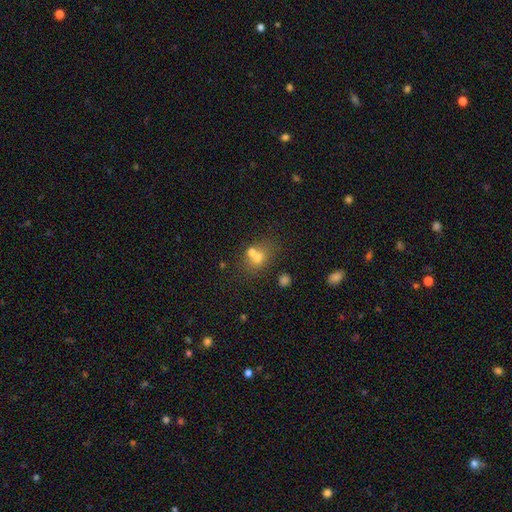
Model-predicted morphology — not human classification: This appears to be a smooth galaxy with no disk features (64%) that is round (61%). Merging: merger (49%).